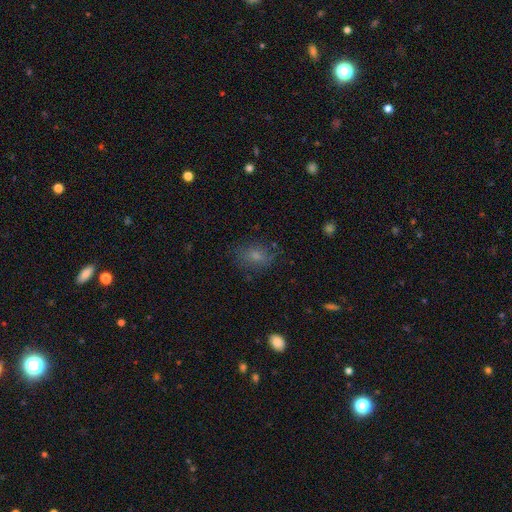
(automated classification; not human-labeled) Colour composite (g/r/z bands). It shows a smooth galaxy with no disk features (70%) that is in between round and cigar-shaped (70%). Merging: none (73%).